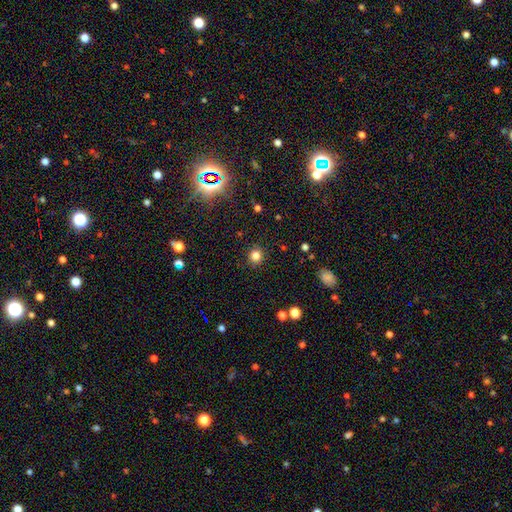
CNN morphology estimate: Smooth or featured: smooth — 81% (star or artifact — 14%)
How rounded: round — 90% (in between — 10%)
Merging: none — 90% (minor disturbance — 6%)